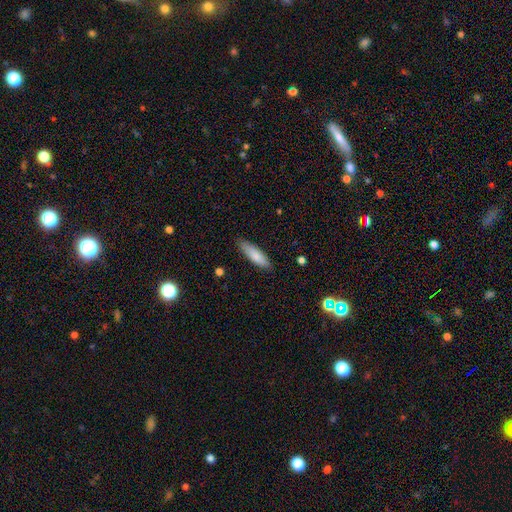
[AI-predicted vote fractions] Overall: smooth (83%). How rounded: cigar-shaped (60%; in between 38%). Merging: none (85%).